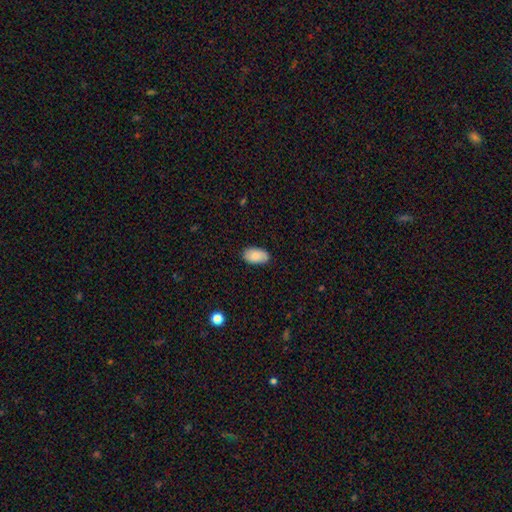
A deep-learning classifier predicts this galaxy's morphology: smooth 86%, featured or disk 7%, star or artifact 6%. Down the decision tree: how rounded — in between (95%); merging — none (84%).